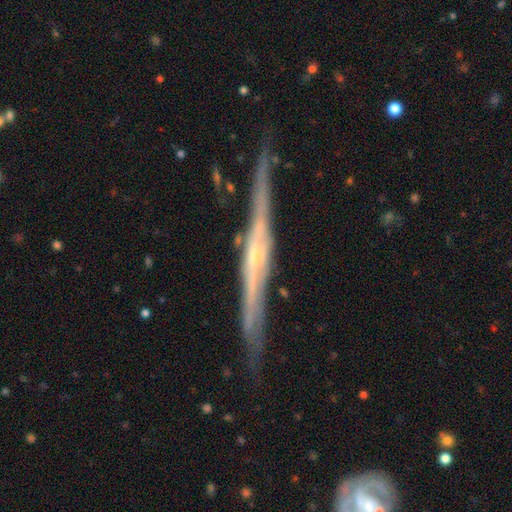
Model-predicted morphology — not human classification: smooth-or-featured: featured or disk: 86% | smooth: 8% | star or artifact: 6%
  disk-edge-on: yes: 97% | no: 3%
    edge-on-bulge: rounded: 57% | none: 24% | boxy: 19%
  merging: none: 86% | minor disturbance: 10% | major disturbance: 2% | merger: 2%